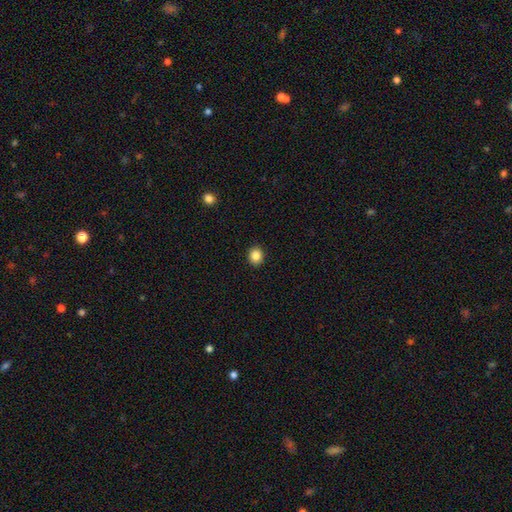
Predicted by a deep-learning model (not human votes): A smooth galaxy with no disk features (86%) that is round (71%).

Vote fractions:
- Smooth or featured? smooth: 86% / star or artifact: 10% / featured or disk: 4%
- How rounded? round: 71% / in between: 29% / cigar-shaped: 1%
- Merging? none: 92% / minor disturbance: 5% / major disturbance: 2% / merger: 1%